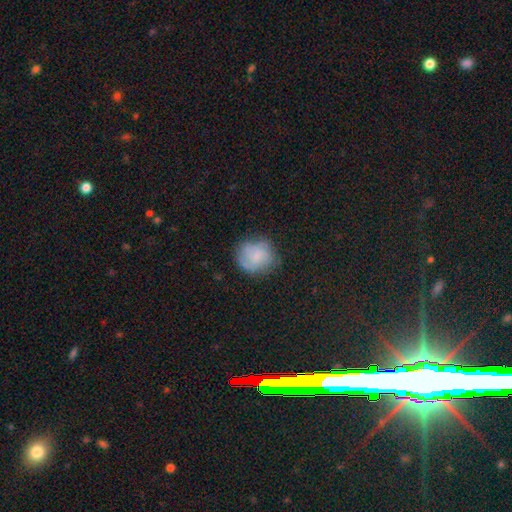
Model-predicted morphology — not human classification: Smooth or featured? Predicted: smooth (p=0.62). How rounded? Predicted: round (p=0.85). Merging? Predicted: none (p=0.70).